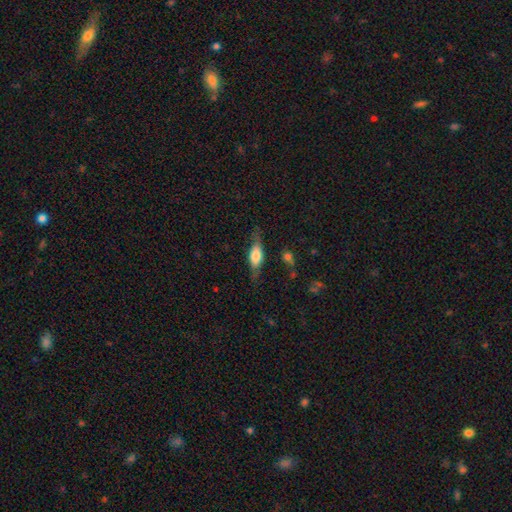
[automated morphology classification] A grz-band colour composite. It shows a smooth galaxy with no disk features (53%) that is in between round and cigar-shaped (63%). Merging: none (68%).